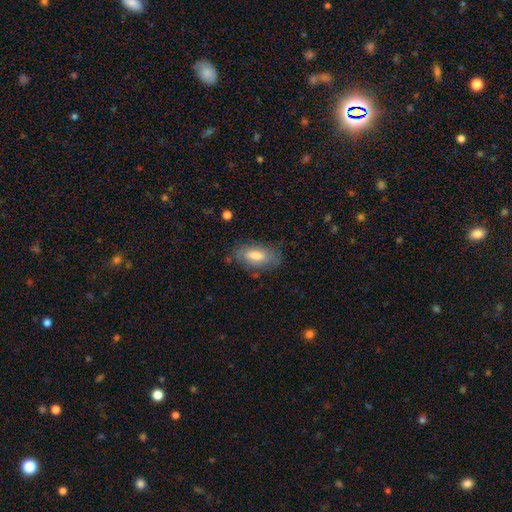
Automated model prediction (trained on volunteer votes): A smooth galaxy with no disk features (67%) that is in between round and cigar-shaped (85%).

Vote fractions:
- Smooth or featured? smooth: 67% / featured or disk: 26% / star or artifact: 7%
- How rounded? in between: 85% / cigar-shaped: 12% / round: 3%
- Merging? none: 76% / minor disturbance: 18% / major disturbance: 5% / merger: 2%